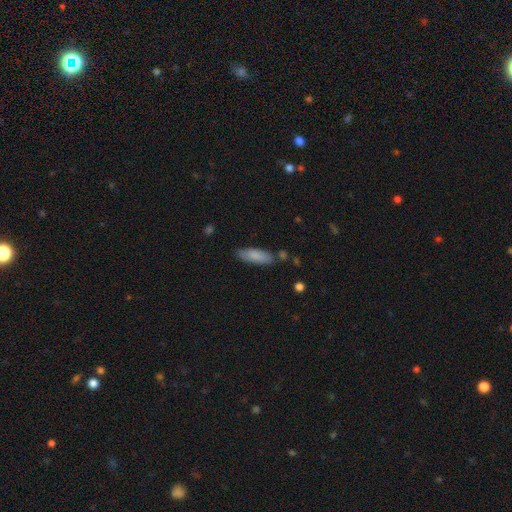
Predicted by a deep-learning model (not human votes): A smooth galaxy with no disk features (84%) that is in between round and cigar-shaped (56%).

Vote fractions:
- Smooth or featured? smooth: 84% / featured or disk: 10% / star or artifact: 6%
- How rounded? in between: 56% / cigar-shaped: 43% / round: 1%
- Merging? none: 77% / minor disturbance: 16% / merger: 4% / major disturbance: 3%